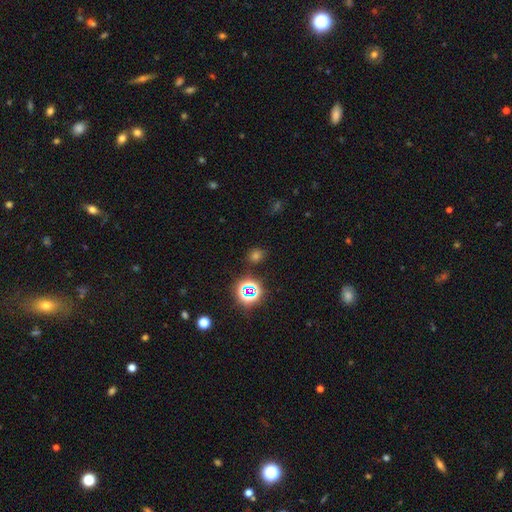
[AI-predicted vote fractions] The model was most divided on "smooth or featured": smooth: 48%, star or artifact: 45%, featured or disk: 7%. More confident: merging — none (83%).